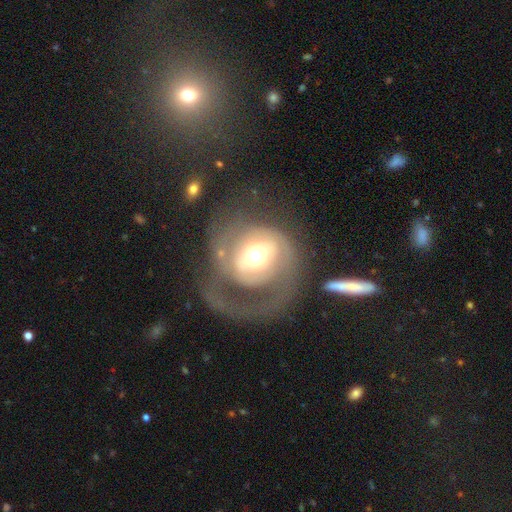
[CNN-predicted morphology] A featured or disk galaxy (64%) with no bar (66%), spiral arms (64%) and a moderate central bulge (55%).

Vote fractions:
- Smooth or featured? featured or disk: 64% / smooth: 28% / star or artifact: 8%
- Edge-on disk? no: 96% / yes: 4%
- Bar? no: 66% / weak: 23% / strong: 10%
- Spiral arms? yes: 64% / no: 36%
- Bulge size? moderate: 55% / large: 29% / small: 8% / dominant: 6% / none: 1%
- Merging? major disturbance: 46% / none: 35% / minor disturbance: 14% / merger: 5%